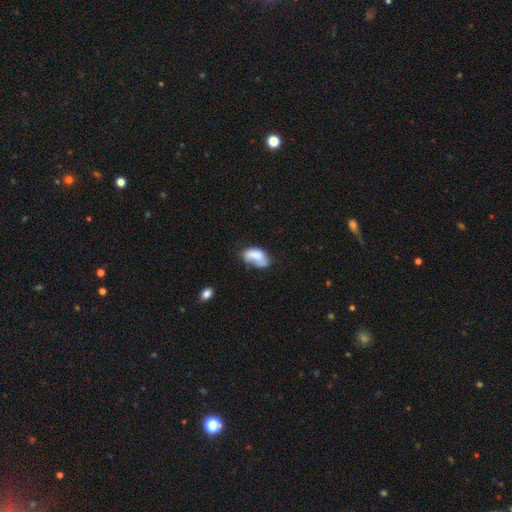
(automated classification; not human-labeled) Smooth or featured: smooth — 70% (featured or disk — 22%)
How rounded: in between — 92% (round — 5%)
Merging: none — 38% (minor disturbance — 33%)